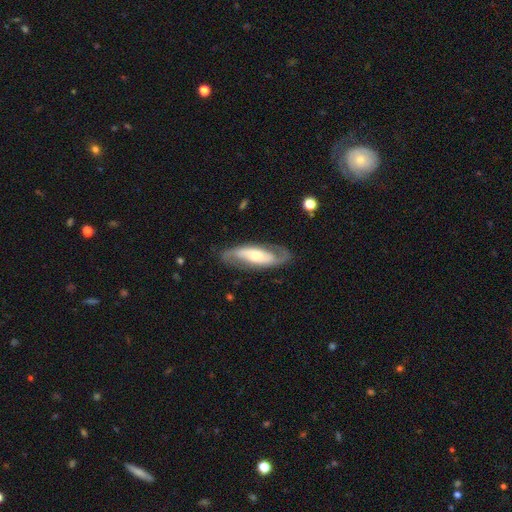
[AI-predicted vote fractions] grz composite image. It shows a featured or disk galaxy (78%) with no bar (50%), 2 (87%) medium (42%) spiral arms (89%) and a moderate central bulge (51%). Merging: none (78%).